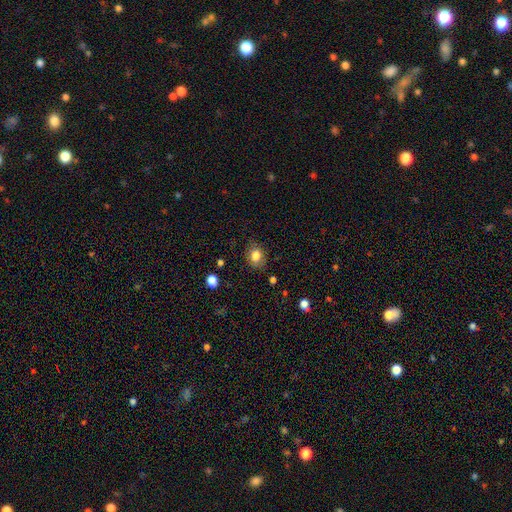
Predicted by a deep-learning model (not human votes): smooth-or-featured: smooth: 81% | star or artifact: 10% | featured or disk: 9%
  how-rounded: round: 53% | in between: 46% | cigar-shaped: 1%
  merging: none: 78% | minor disturbance: 16% | major disturbance: 4% | merger: 2%